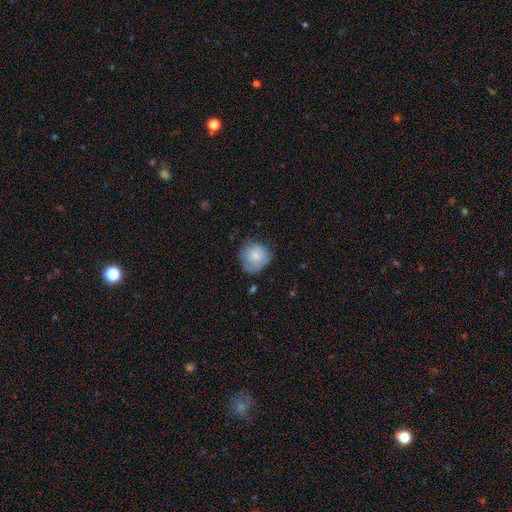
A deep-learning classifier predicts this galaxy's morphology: smooth-or-featured: smooth: 77% | featured or disk: 16% | star or artifact: 8%
  how-rounded: round: 83% | in between: 16% | cigar-shaped: 1%
  merging: none: 59% | minor disturbance: 29% | major disturbance: 10% | merger: 2%